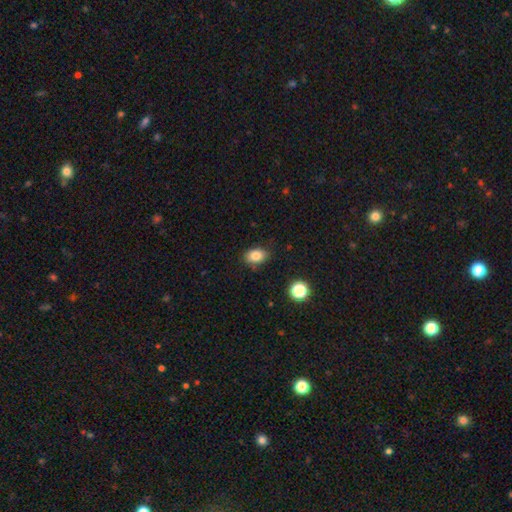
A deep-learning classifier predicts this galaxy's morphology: Smooth or featured? smooth (83%)
How rounded? in between (76%)
Merging? none (82%)